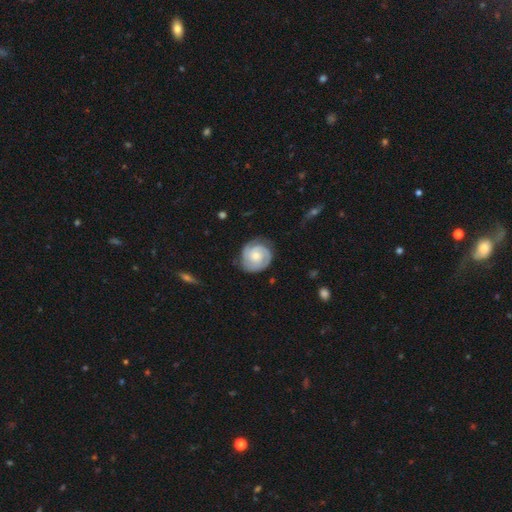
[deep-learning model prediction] A featured or disk galaxy (82%) with no bar (74%), 2 (50%) tight (70%) spiral arms (97%) and a small central bulge (46%, tied with moderate).

Vote fractions:
- Smooth or featured? featured or disk: 82% / smooth: 13% / star or artifact: 5%
- Edge-on disk? no: 98% / yes: 2%
- Bar? no: 74% / weak: 23% / strong: 4%
- Spiral arms? yes: 97% / no: 3%
- Spiral winding? tight: 70% / medium: 25% / loose: 5%
- Spiral arm count? 2: 50% / 3: 26% / can't tell: 13% / 1: 4% / 4: 4% / more than 4: 3%
- Bulge size? small: 46% (tied) / moderate: 46% (tied) / large: 4% / none: 3% / dominant: 1%
- Merging? none: 77% / minor disturbance: 16% / major disturbance: 5% / merger: 1%